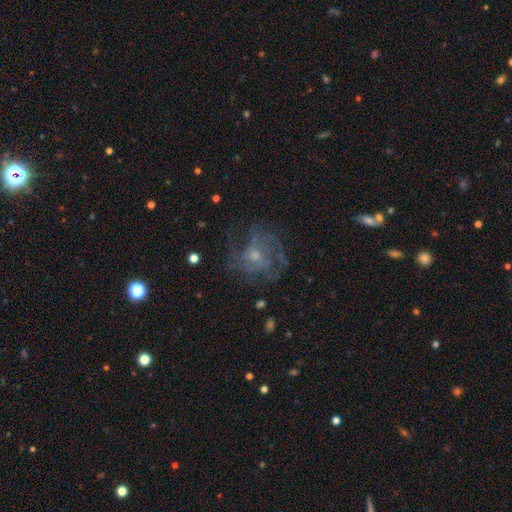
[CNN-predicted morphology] Smooth or featured? Predicted: featured or disk (p=0.63). Edge-on disk? Predicted: no (p=0.97). Bar? Predicted: no (p=0.78). Spiral arms? Predicted: yes (p=0.65). Bulge size? Predicted: small (p=0.55). Merging? Predicted: none (p=0.60).